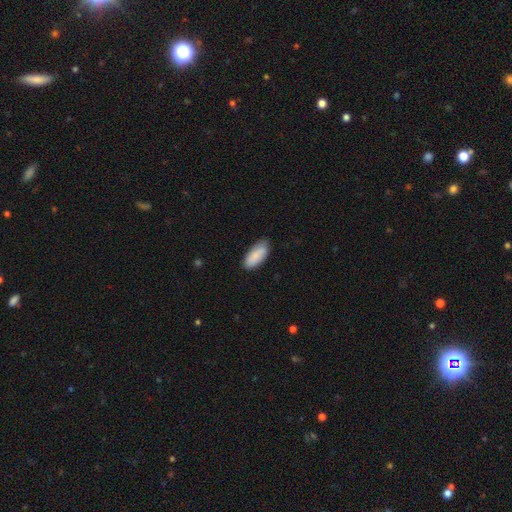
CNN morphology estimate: smooth-or-featured: smooth: 84% | featured or disk: 10% | star or artifact: 6%
  how-rounded: in between: 87% | cigar-shaped: 11% | round: 2%
  merging: none: 79% | minor disturbance: 17% | major disturbance: 3% | merger: 1%